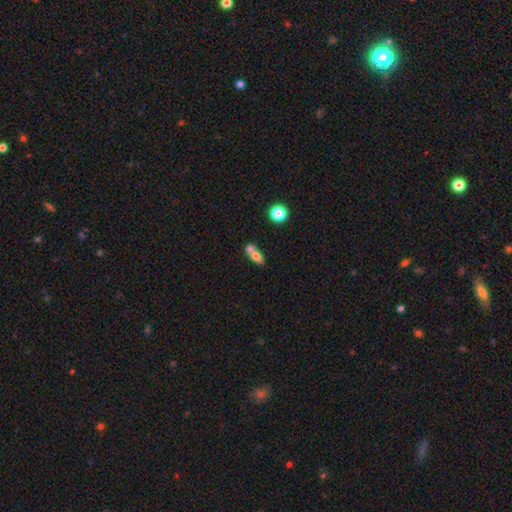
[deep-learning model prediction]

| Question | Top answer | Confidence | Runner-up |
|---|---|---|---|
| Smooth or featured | smooth | 70% | featured or disk (20%) |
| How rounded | in between | 71% | round (18%) |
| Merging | merger | 61% | none (27%) |